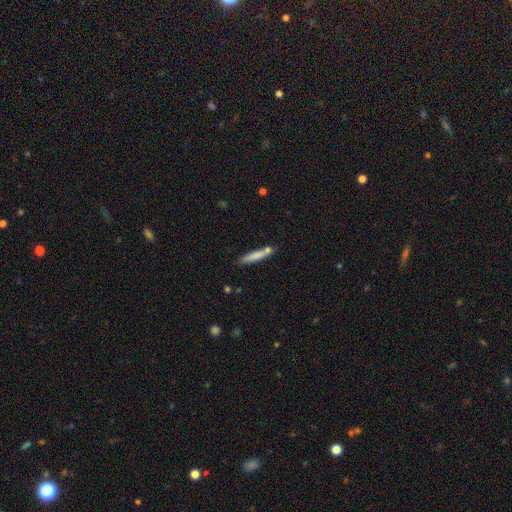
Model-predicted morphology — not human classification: smooth-or-featured: smooth: 75% | featured or disk: 19% | star or artifact: 6%
  how-rounded: cigar-shaped: 92% | in between: 7% | round: 1%
  merging: none: 74% | minor disturbance: 13% | merger: 10% | major disturbance: 3%